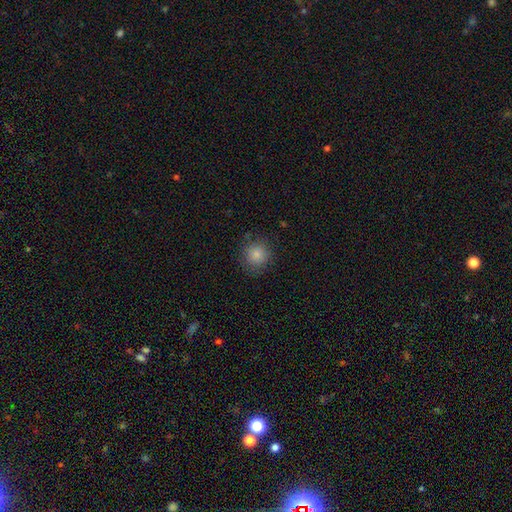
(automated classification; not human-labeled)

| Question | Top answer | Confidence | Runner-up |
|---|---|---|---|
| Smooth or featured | smooth | 79% | star or artifact (15%) |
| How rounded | round | 93% | in between (6%) |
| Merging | none | 86% | minor disturbance (10%) |